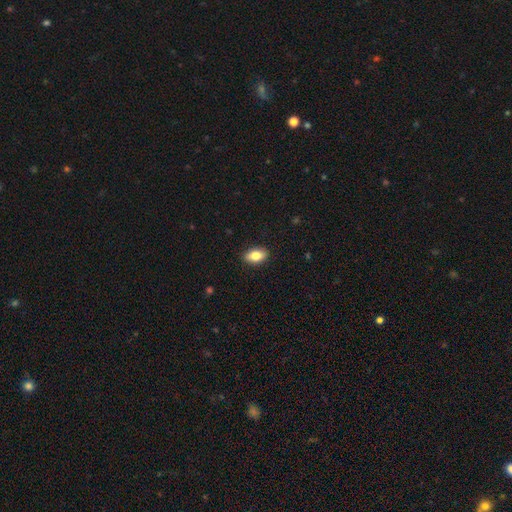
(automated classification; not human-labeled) Smooth or featured? smooth (80%)
How rounded? in between (89%)
Merging? none (90%)